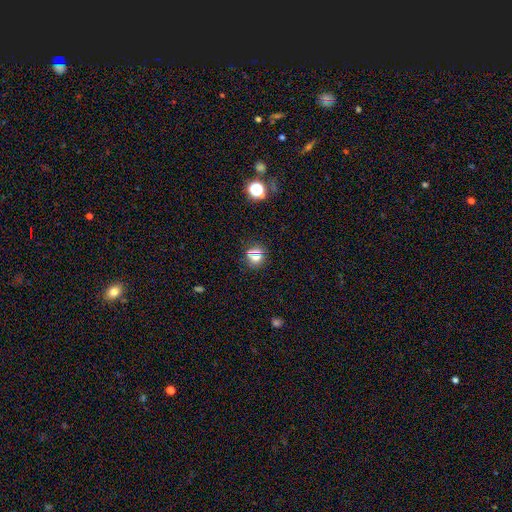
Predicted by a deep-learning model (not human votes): Smooth or featured: smooth — 68% (featured or disk — 16%)
How rounded: round — 84% (in between — 15%)
Merging: none — 61% (merger — 22%)